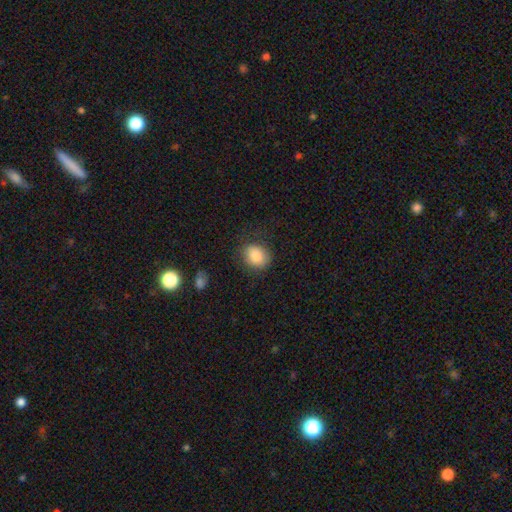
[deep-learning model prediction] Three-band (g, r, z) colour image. It shows a smooth galaxy with no disk features (85%) that is round (58%). Merging: none (76%).